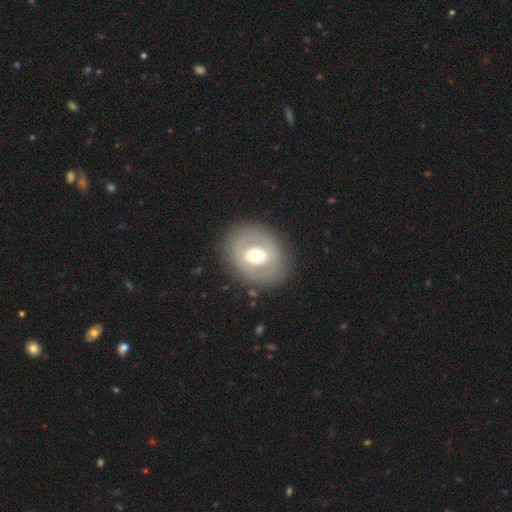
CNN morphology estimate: Smooth or featured? Predicted: featured or disk (p=0.55). Edge-on disk? Predicted: no (p=0.94). Bar? Predicted: no (p=0.39). Spiral arms? Predicted: no (p=0.76). Bulge size? Predicted: moderate (p=0.70). Merging? Predicted: none (p=0.83).